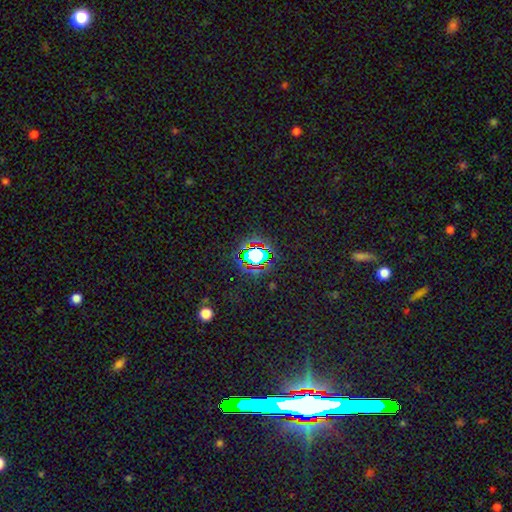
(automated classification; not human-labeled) smooth_or_featured: star or artifact (p=0.64) [alt: smooth p=0.24]